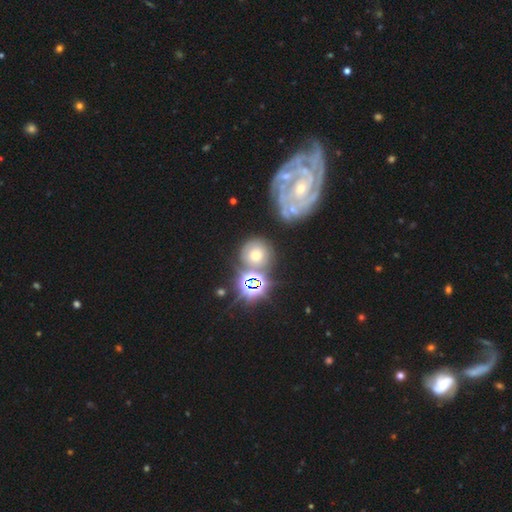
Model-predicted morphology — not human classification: Overall: smooth (38%; featured or disk 36%). Merging: none (65%).